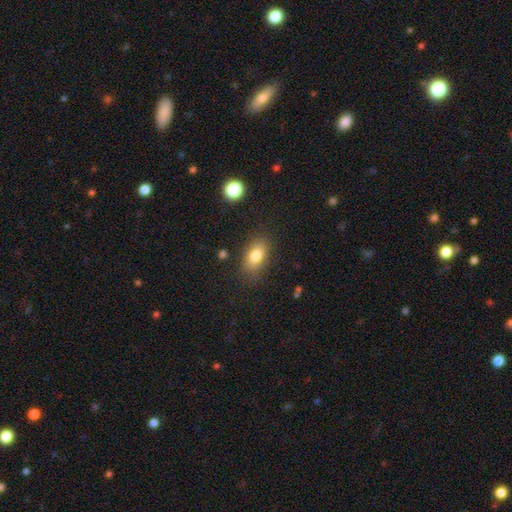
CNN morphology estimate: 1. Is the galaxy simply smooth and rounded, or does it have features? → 80% smooth, 11% featured or disk, 9% star or artifact.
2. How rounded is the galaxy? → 87% in between, 9% round, 4% cigar-shaped.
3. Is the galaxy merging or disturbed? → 82% none, 12% minor disturbance, 4% major disturbance, 2% merger.